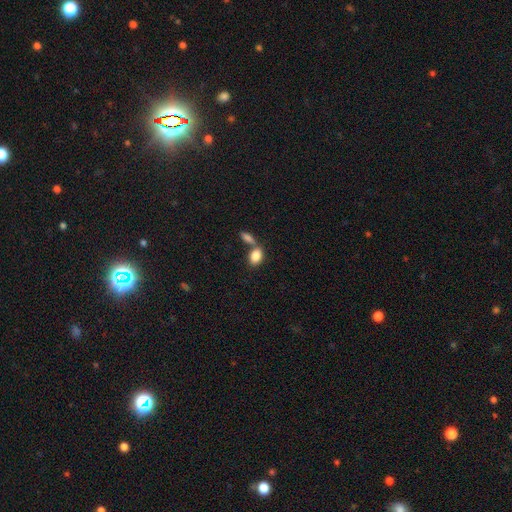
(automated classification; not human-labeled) Overall: smooth (85%). How rounded: in between (86%). Merging: none (43%, tied with merger).